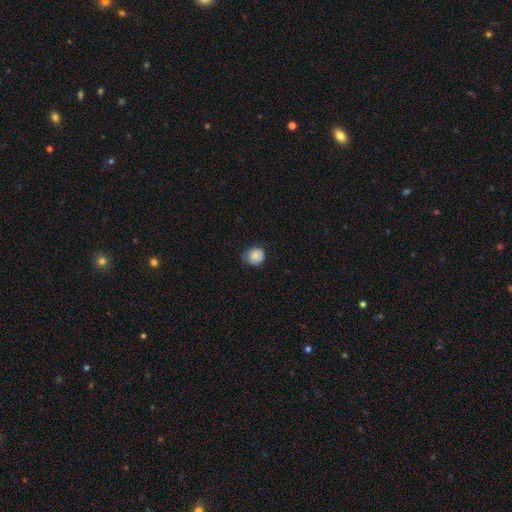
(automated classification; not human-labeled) Overall: smooth (86%). How rounded: round (81%). Merging: none (61%; minor disturbance 32%).